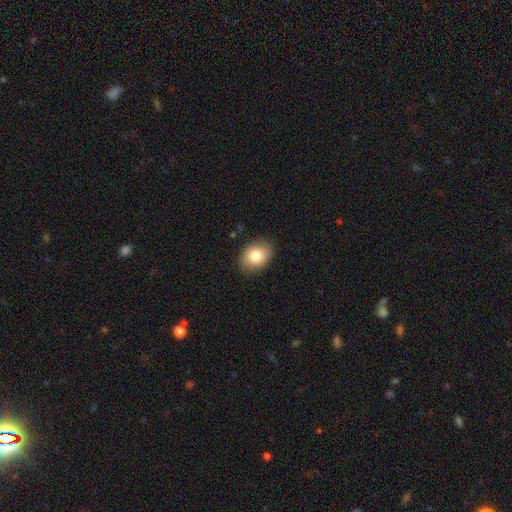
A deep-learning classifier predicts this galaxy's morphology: Smooth or featured? Predicted: smooth (p=0.82). How rounded? Predicted: in between (p=0.67). Merging? Predicted: none (p=0.87).